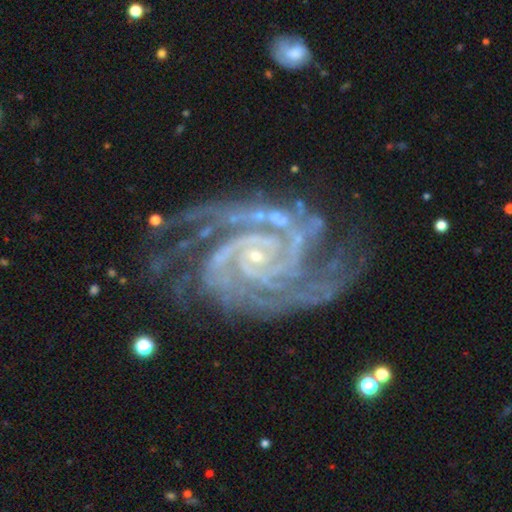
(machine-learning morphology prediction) A featured or disk galaxy (93%) with no bar (63%), 2 (38%) tight (70%) spiral arms (99%) and a small central bulge (87%).

Vote fractions:
- Smooth or featured? featured or disk: 93% / star or artifact: 5% / smooth: 2%
- Edge-on disk? no: 98% / yes: 2%
- Bar? no: 63% / weak: 24% / strong: 13%
- Spiral arms? yes: 99% / no: 1%
- Spiral winding? tight: 70% / medium: 27% / loose: 3%
- Spiral arm count? 2: 38% / 3: 23% / 4: 14% / can't tell: 10% / more than 4: 8% / 1: 7%
- Bulge size? small: 87% / moderate: 8% / none: 3% / large: 1% / dominant: 1%
- Merging? none: 68% / minor disturbance: 21% / major disturbance: 9% / merger: 3%